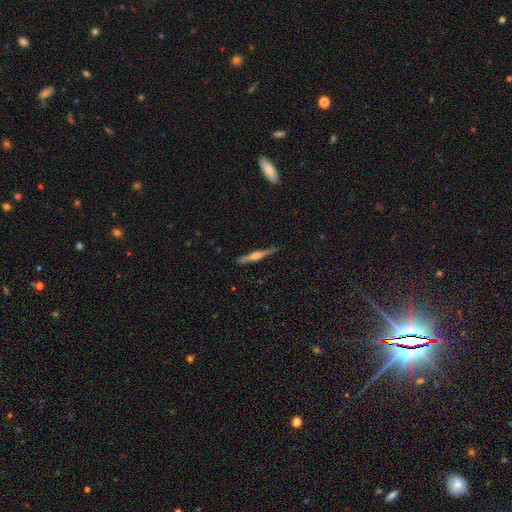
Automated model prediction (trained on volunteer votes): smooth_or_featured: featured or disk (p=0.75) [alt: smooth p=0.19]
disk_edge_on: yes (p=0.98) [alt: no p=0.02]
edge_on_bulge: rounded (p=0.86) [alt: boxy p=0.09]
merging: none (p=0.88) [alt: minor disturbance p=0.09]